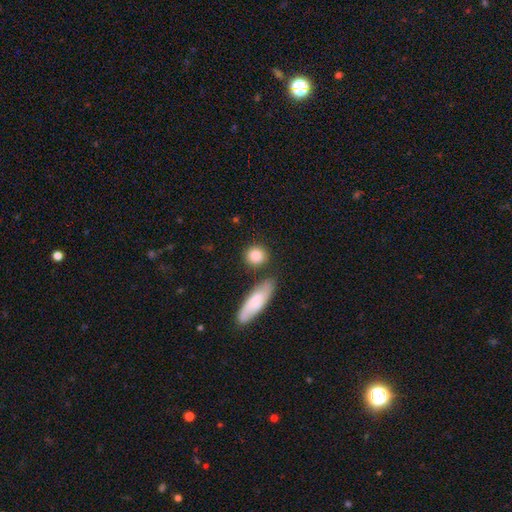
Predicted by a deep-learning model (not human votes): Smooth or featured? smooth (86%)
How rounded? round (77%)
Merging? none (75%)